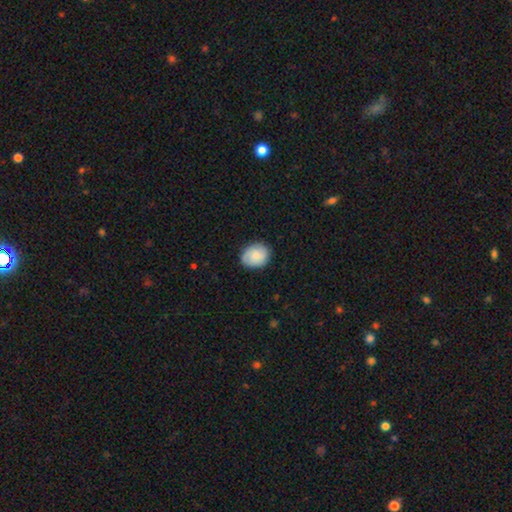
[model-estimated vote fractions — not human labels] smooth_or_featured: smooth (p=0.72) [alt: featured or disk p=0.21]
how_rounded: round (p=0.62) [alt: in between p=0.37]
merging: none (p=0.82) [alt: minor disturbance p=0.14]